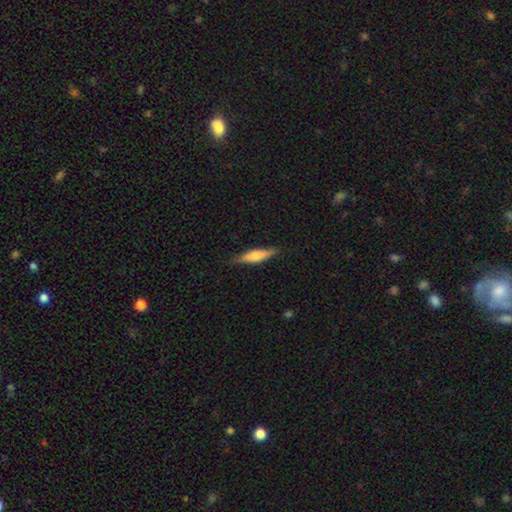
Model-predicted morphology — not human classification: This is possibly a smooth galaxy (55%). How rounded: likely cigar-shaped (71%). Merging: clearly none (84%).